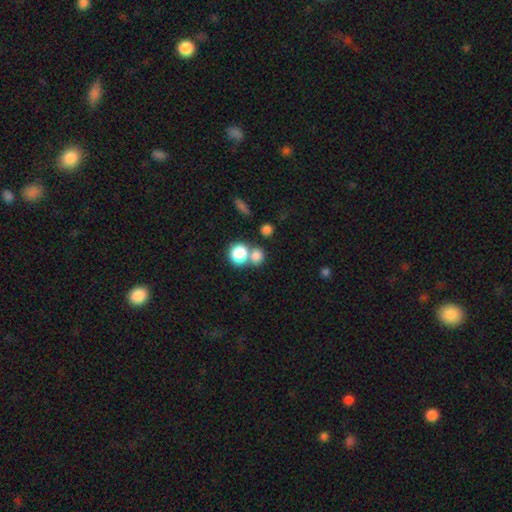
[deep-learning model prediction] This is likely a smooth galaxy (79%). How rounded: likely round (80%). Merging: possibly none (47%).